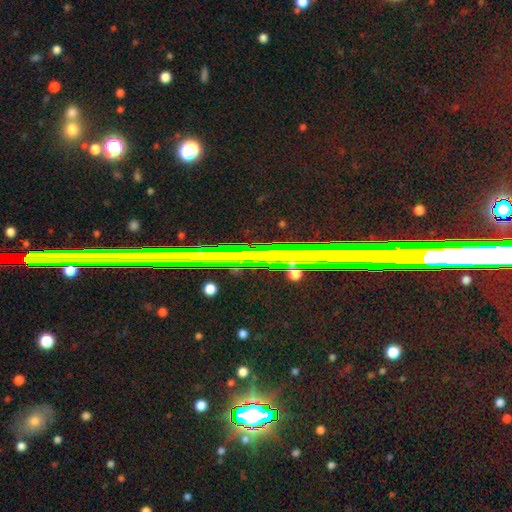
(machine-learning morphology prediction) star or artifact 69%, featured or disk 20%, smooth 11%.